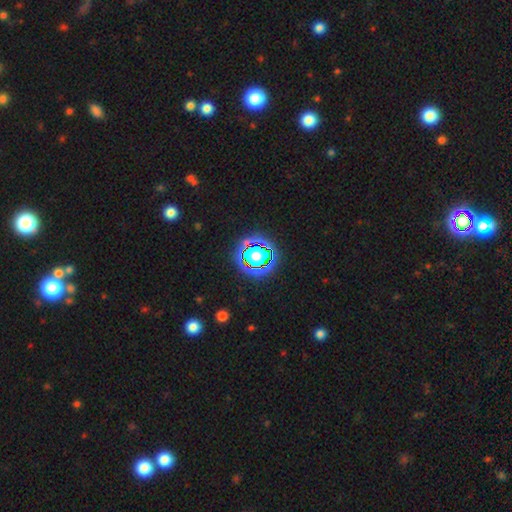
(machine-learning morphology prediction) The model was most divided on "smooth or featured": star or artifact: 58%, smooth: 27%, featured or disk: 14%.